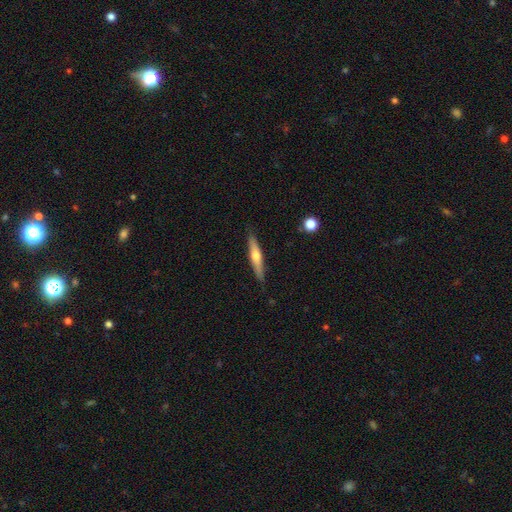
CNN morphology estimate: This appears to be a featured or disk galaxy (50%) viewed edge-on (94%). Merging: none (85%).